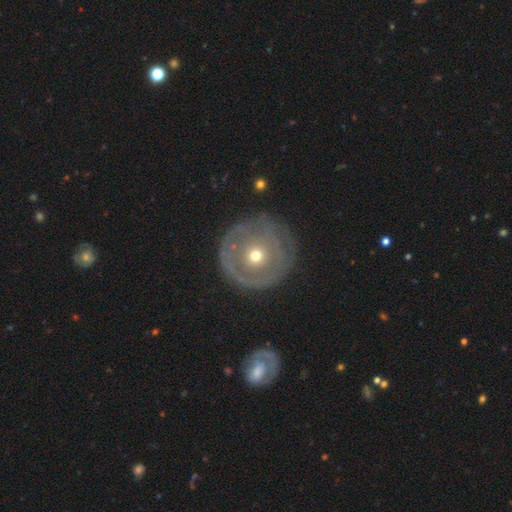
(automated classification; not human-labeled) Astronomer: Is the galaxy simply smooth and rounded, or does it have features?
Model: featured or disk — 58% (runner-up: smooth, 36%).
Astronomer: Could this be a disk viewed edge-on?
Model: no — 95%.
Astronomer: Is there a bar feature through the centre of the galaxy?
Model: no — 89%.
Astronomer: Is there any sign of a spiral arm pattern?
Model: no — 74%.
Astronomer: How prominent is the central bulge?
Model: moderate — 51% (runner-up: small, 44%).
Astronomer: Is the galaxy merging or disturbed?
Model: none — 74%.